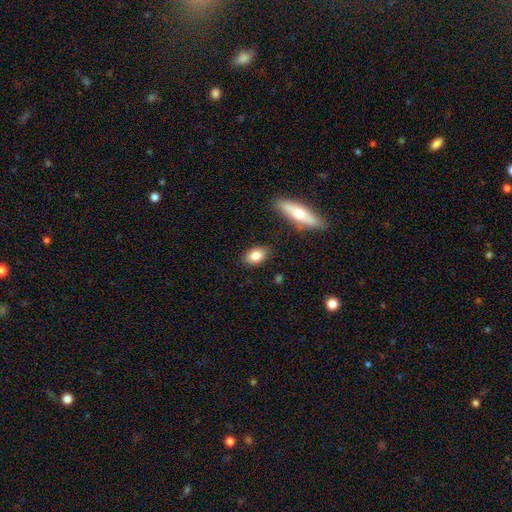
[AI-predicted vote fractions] Morphology: type=smooth (82%); roundness=in between (83%); merging=none (85%).